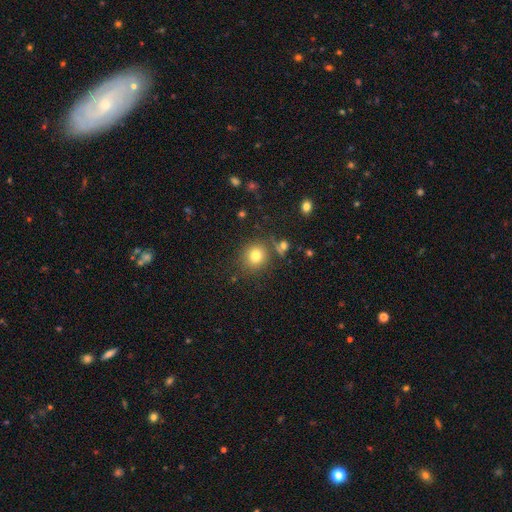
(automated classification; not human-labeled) smooth 78%, star or artifact 14%, featured or disk 9%. Down the decision tree: how rounded — round (85%); merging — none (79%).